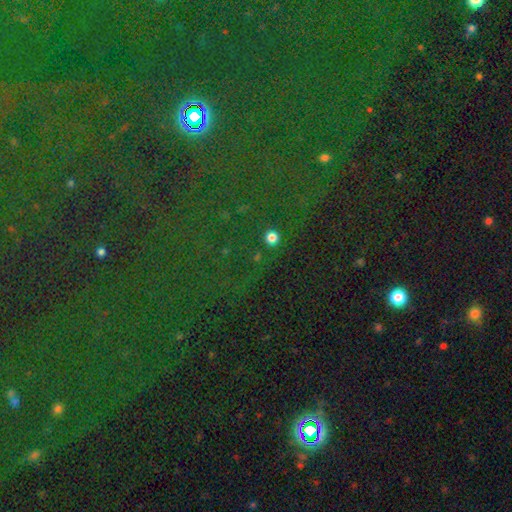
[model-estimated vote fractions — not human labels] Q: Smooth or featured?
A: star or artifact (81%); runner-up: smooth (12%)